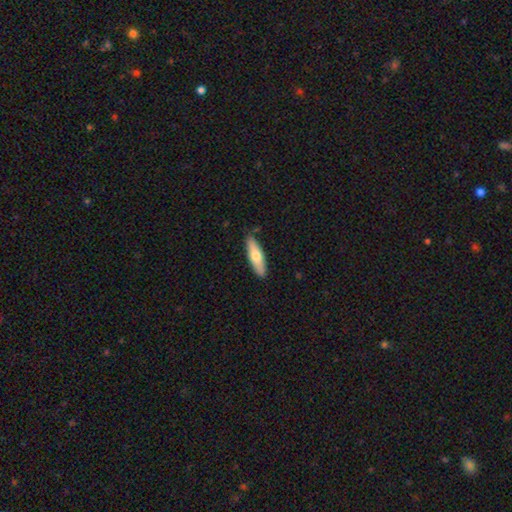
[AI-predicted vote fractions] A smooth galaxy with no disk features (67%) that is cigar-shaped (57%).

Vote fractions:
- Smooth or featured? smooth: 67% / featured or disk: 28% / star or artifact: 5%
- How rounded? cigar-shaped: 57% / in between: 41% / round: 2%
- Merging? none: 87% / minor disturbance: 10% / major disturbance: 2% / merger: 2%